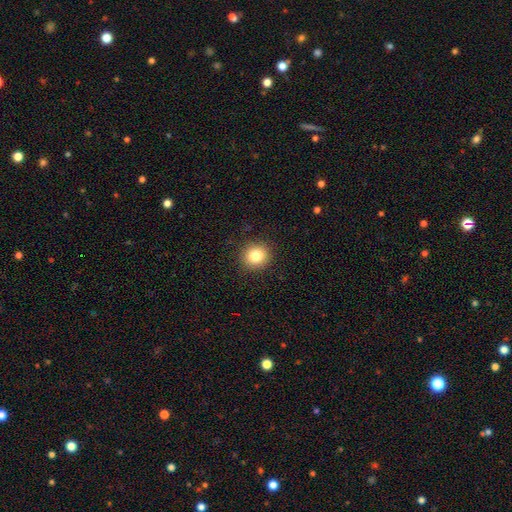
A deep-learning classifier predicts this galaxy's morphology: Smooth or featured? Predicted: smooth (p=0.83). How rounded? Predicted: round (p=0.87). Merging? Predicted: none (p=0.90).